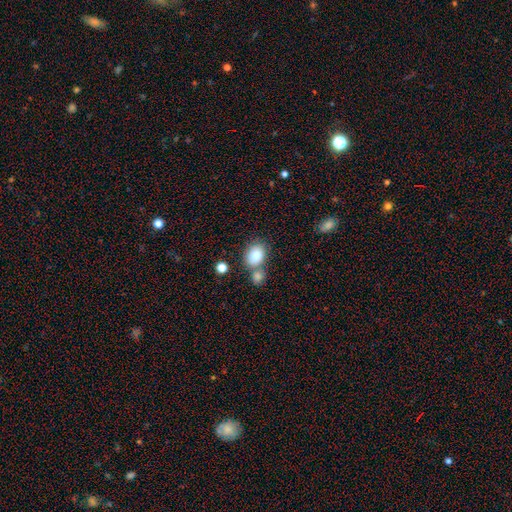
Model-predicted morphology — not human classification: Q: Smooth or featured?
A: smooth (84%); runner-up: star or artifact (8%)
Q: How rounded?
A: in between (63%); runner-up: round (36%)
Q: Merging?
A: none (49%); runner-up: merger (34%)